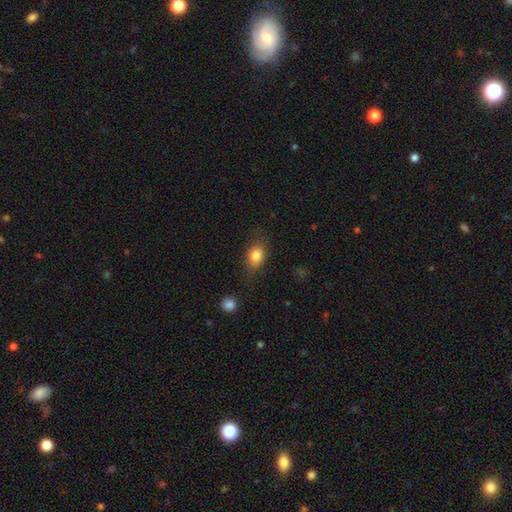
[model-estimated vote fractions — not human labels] Morphology: type=smooth (82%); roundness=in between (71%); merging=none (76%).